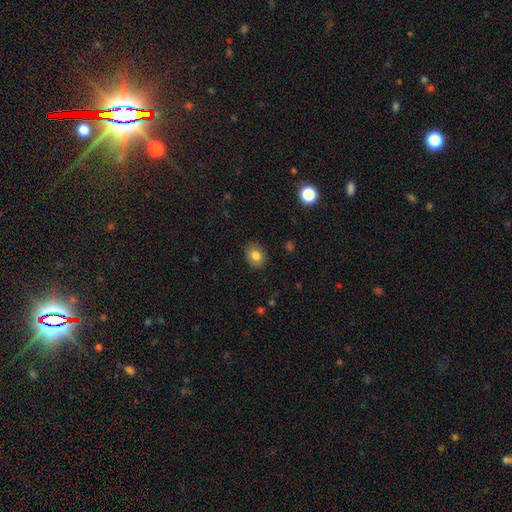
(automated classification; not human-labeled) smooth-or-featured: smooth: 82% | star or artifact: 10% | featured or disk: 8%
  how-rounded: in between: 58% | round: 42% | cigar-shaped: 1%
  merging: none: 86% | minor disturbance: 11% | major disturbance: 2% | merger: 1%